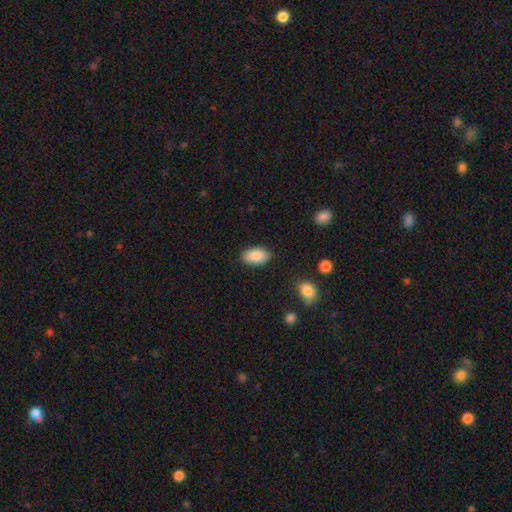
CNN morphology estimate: smooth_or_featured: smooth (p=0.88) [alt: star or artifact p=0.07]
how_rounded: in between (p=0.94) [alt: round p=0.04]
merging: none (p=0.86) [alt: minor disturbance p=0.10]